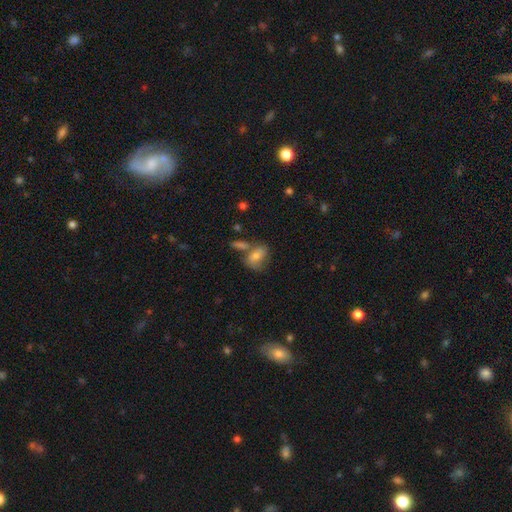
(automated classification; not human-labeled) Smooth or featured: smooth — 69% (featured or disk — 22%)
How rounded: in between — 74% (round — 24%)
Merging: none — 43% (merger — 30%)